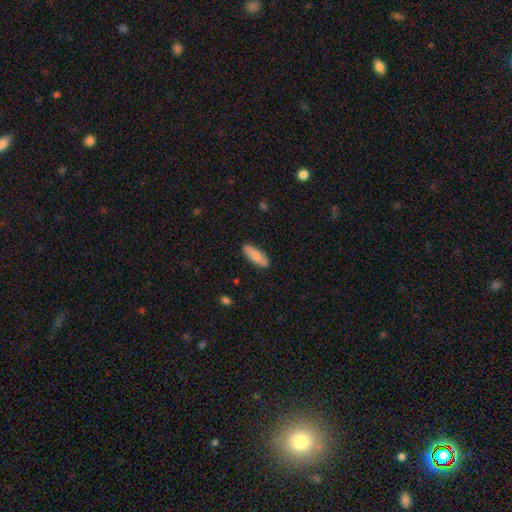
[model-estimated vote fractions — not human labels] smooth-or-featured: smooth: 74% | featured or disk: 20% | star or artifact: 5%
  how-rounded: cigar-shaped: 49% (tied) | in between: 49% (tied) | round: 2%
  merging: none: 87% | minor disturbance: 10% | major disturbance: 2% | merger: 1%